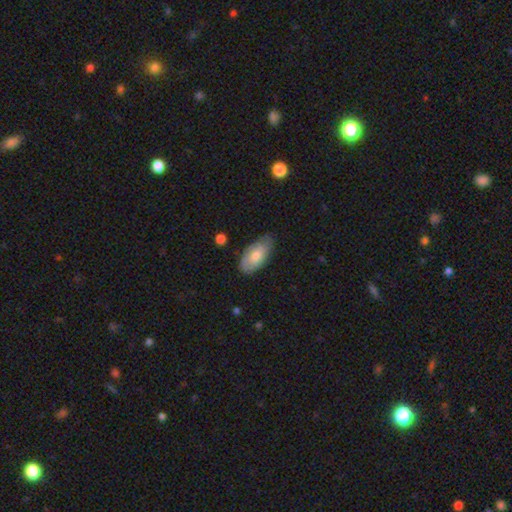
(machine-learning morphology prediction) type=smooth (68%); roundness=in between (92%); merging=none (71%).